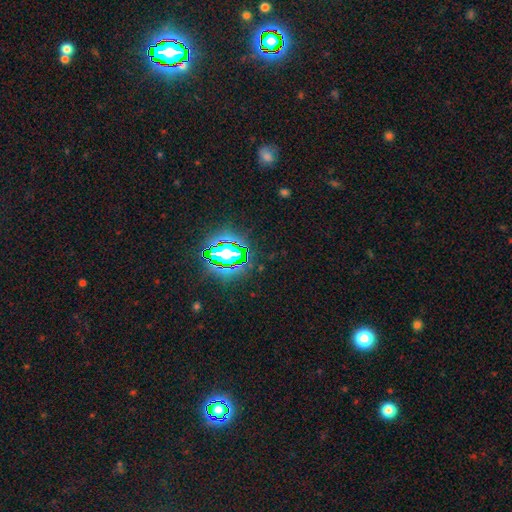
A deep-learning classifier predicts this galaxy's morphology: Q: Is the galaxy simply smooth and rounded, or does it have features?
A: star or artifact — 80%.